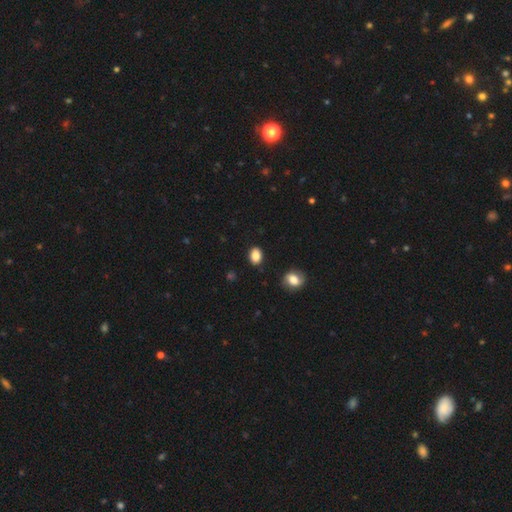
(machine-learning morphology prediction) type=smooth (86%); roundness=in between (73%); merging=none (86%).